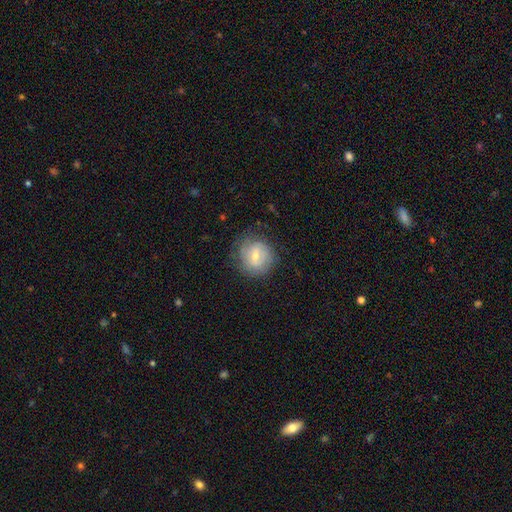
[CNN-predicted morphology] smooth_or_featured: smooth (p=0.51) [alt: featured or disk p=0.41]
how_rounded: round (p=0.86) [alt: in between p=0.13]
merging: none (p=0.72) [alt: minor disturbance p=0.19]